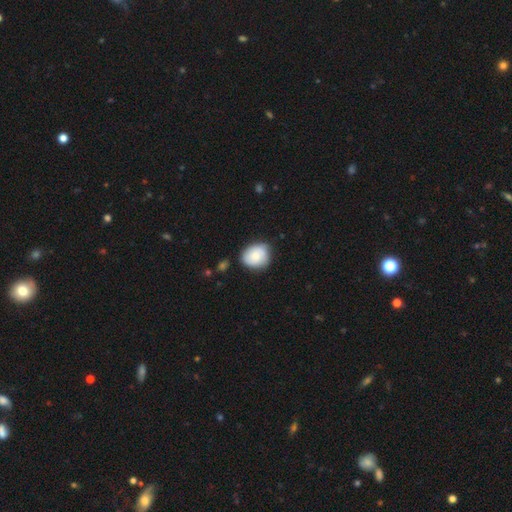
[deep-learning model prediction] Morphology: type=smooth (77%); roundness=round (57%); merging=none (70%).